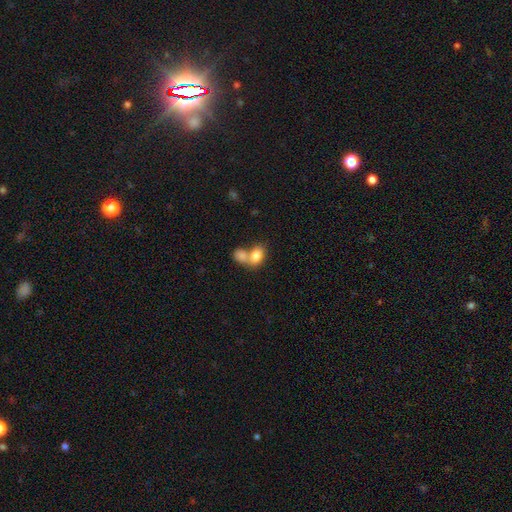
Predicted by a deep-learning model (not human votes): A smooth galaxy with no disk features (81%) that is in between round and cigar-shaped (76%). Merging: merger (63%).